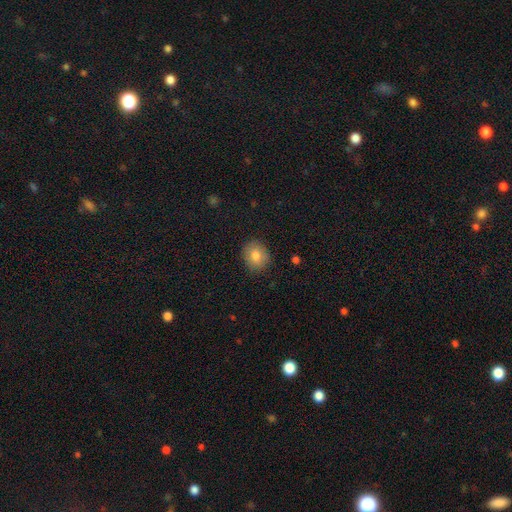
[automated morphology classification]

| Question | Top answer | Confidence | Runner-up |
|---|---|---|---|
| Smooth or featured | smooth | 81% | featured or disk (10%) |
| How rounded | round | 70% | in between (29%) |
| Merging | none | 88% | minor disturbance (9%) |